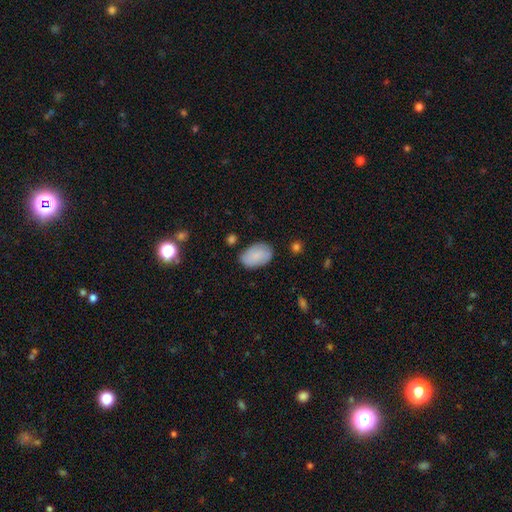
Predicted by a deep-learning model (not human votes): smooth-or-featured: smooth: 82% | featured or disk: 11% | star or artifact: 6%
  how-rounded: in between: 91% | round: 7% | cigar-shaped: 1%
  merging: none: 76% | minor disturbance: 18% | major disturbance: 4% | merger: 2%